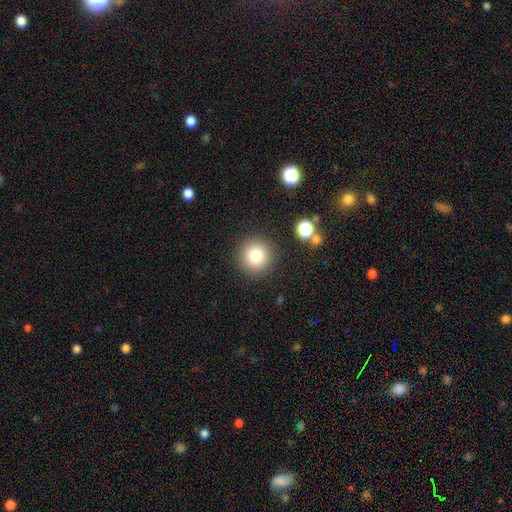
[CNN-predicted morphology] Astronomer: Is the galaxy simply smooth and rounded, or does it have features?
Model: smooth — 79%.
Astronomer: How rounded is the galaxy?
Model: round — 94%.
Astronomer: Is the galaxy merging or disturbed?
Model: none — 89%.